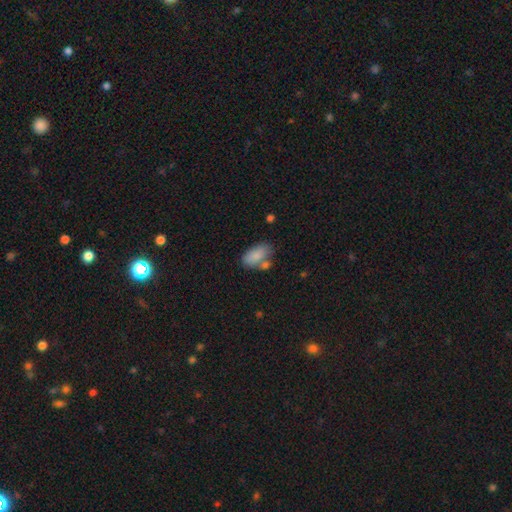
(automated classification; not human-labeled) Smooth or featured: smooth — 84% (featured or disk — 9%)
How rounded: in between — 93% (round — 4%)
Merging: none — 56% (merger — 20%)